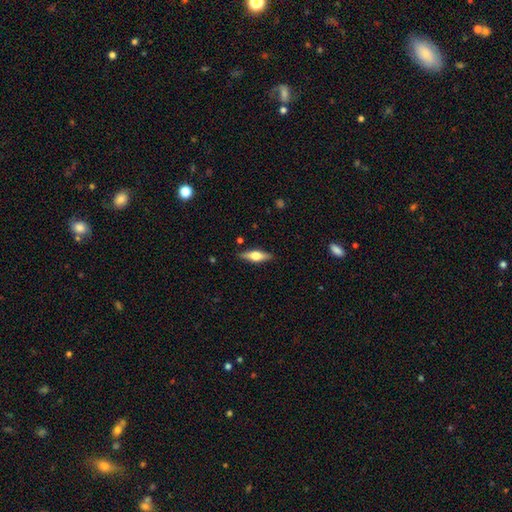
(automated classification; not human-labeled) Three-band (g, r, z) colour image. It shows a featured or disk galaxy (57%) viewed edge-on (95%) with a rounded central bulge (93%). Merging: none (88%).